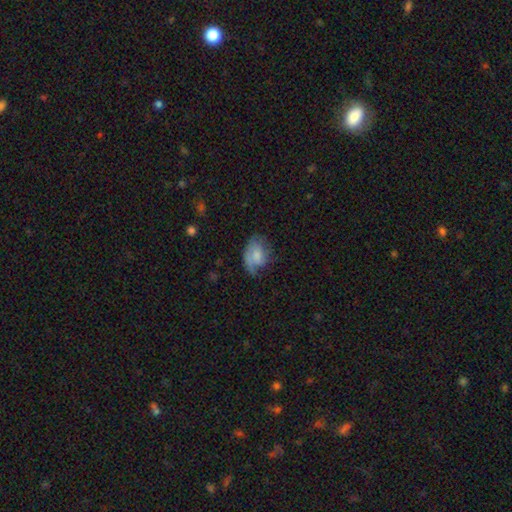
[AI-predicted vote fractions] This is likely a smooth galaxy (61%). How rounded: clearly in between (81%). Merging: marginally none (43%).